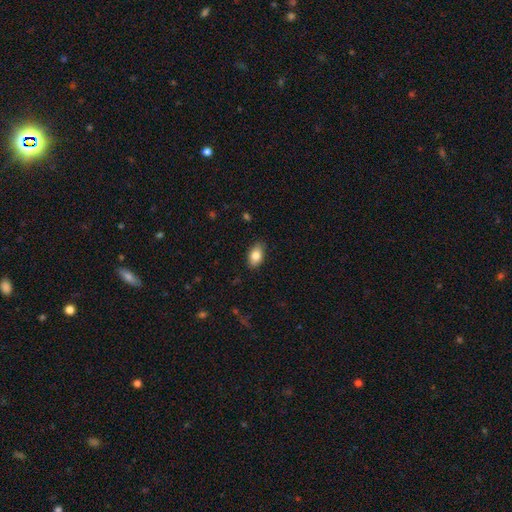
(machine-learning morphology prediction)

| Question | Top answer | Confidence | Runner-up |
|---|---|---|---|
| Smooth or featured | smooth | 82% | featured or disk (10%) |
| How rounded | in between | 90% | round (8%) |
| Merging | none | 84% | minor disturbance (13%) |